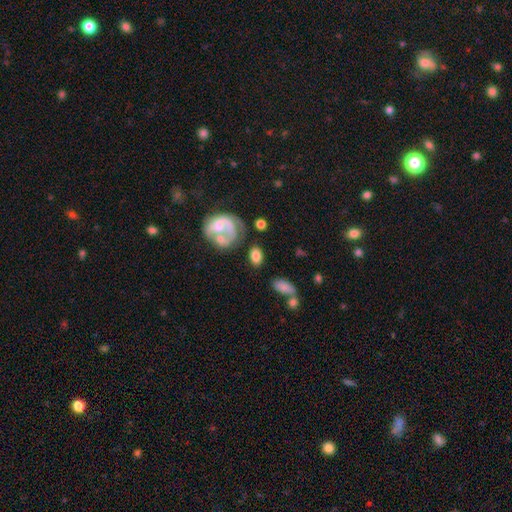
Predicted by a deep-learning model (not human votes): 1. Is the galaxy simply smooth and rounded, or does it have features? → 74% smooth, 19% featured or disk, 8% star or artifact.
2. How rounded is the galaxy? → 83% in between, 15% round, 2% cigar-shaped.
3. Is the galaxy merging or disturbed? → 65% none, 15% minor disturbance, 10% merger, 9% major disturbance.